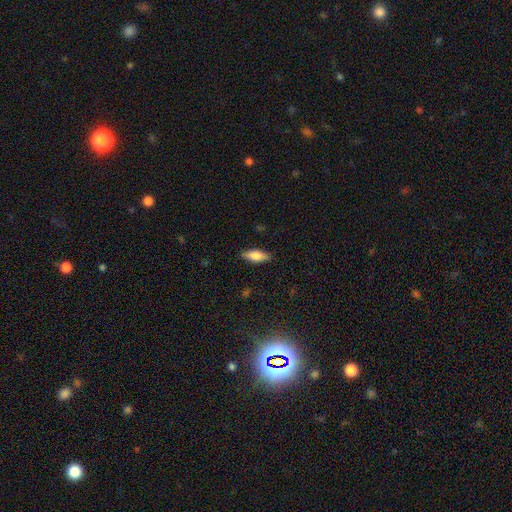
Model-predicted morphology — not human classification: smooth-or-featured: smooth: 75% | featured or disk: 19% | star or artifact: 6%
  how-rounded: in between: 63% | cigar-shaped: 34% | round: 2%
  merging: none: 88% | minor disturbance: 9% | major disturbance: 2% | merger: 1%